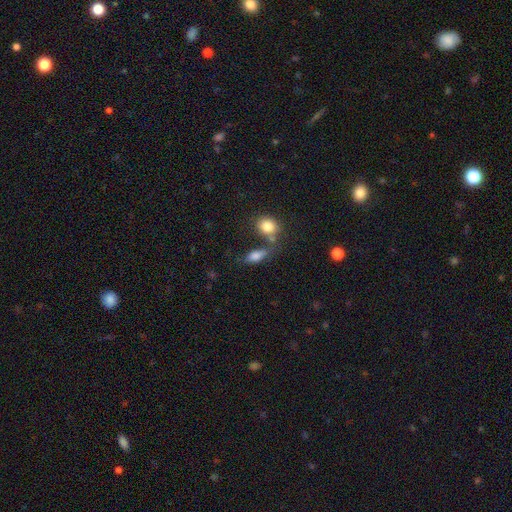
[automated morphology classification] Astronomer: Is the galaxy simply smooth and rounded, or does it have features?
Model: smooth — 79%.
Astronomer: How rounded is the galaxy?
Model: in between — 77%.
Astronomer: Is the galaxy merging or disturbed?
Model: none — 50%.